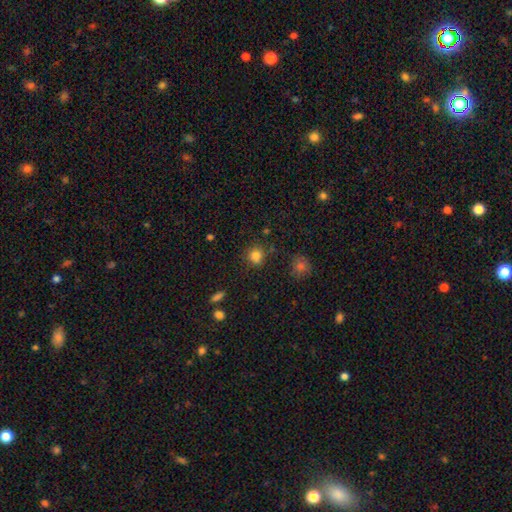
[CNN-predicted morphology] smooth_or_featured: smooth (p=0.83) [alt: star or artifact p=0.12]
how_rounded: round (p=0.82) [alt: in between p=0.17]
merging: none (p=0.76) [alt: minor disturbance p=0.15]